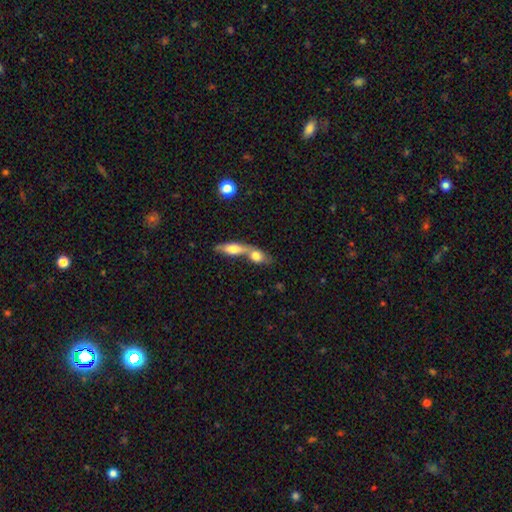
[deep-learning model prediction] smooth-or-featured: smooth: 68% | featured or disk: 24% | star or artifact: 8%
  how-rounded: in between: 64% | round: 18% | cigar-shaped: 17%
  merging: merger: 66% | none: 25% | minor disturbance: 6% | major disturbance: 3%